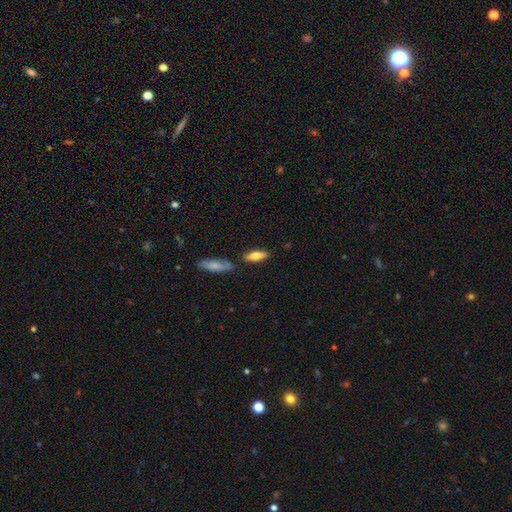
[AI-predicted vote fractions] The model was most divided on "how rounded": in between: 59%, cigar-shaped: 39%, round: 2%. More confident: merging — none (79%); smooth or featured — smooth (64%).